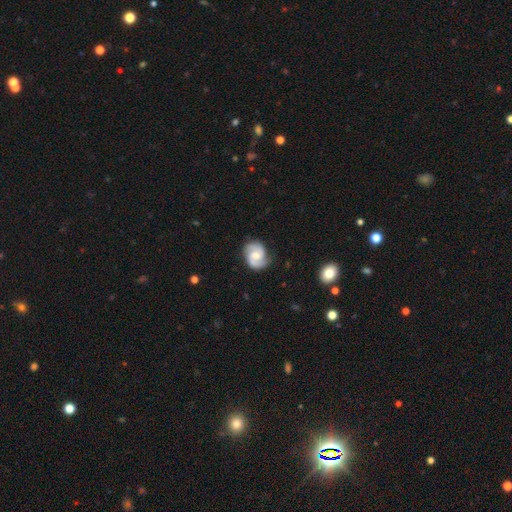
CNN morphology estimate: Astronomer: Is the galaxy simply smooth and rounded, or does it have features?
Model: featured or disk — 81%.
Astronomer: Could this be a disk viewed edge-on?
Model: no — 98%.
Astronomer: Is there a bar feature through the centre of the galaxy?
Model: no — 46% (runner-up: weak, 45%).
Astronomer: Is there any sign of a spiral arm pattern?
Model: yes — 96%.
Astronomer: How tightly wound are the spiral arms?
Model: medium — 51% (runner-up: tight, 32%).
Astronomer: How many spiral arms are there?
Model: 2 — 90%.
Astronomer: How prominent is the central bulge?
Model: moderate — 56% (runner-up: small, 33%).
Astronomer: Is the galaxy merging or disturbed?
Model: none — 79%.